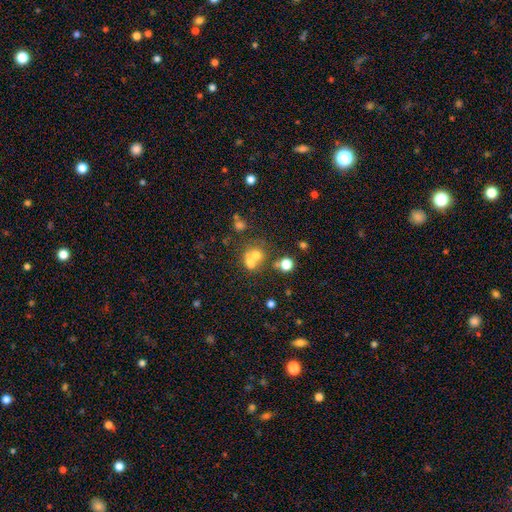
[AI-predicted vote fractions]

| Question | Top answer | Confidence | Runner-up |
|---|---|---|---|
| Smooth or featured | smooth | 59% | featured or disk (23%) |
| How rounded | round | 71% | in between (28%) |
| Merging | merger | 54% | none (34%) |